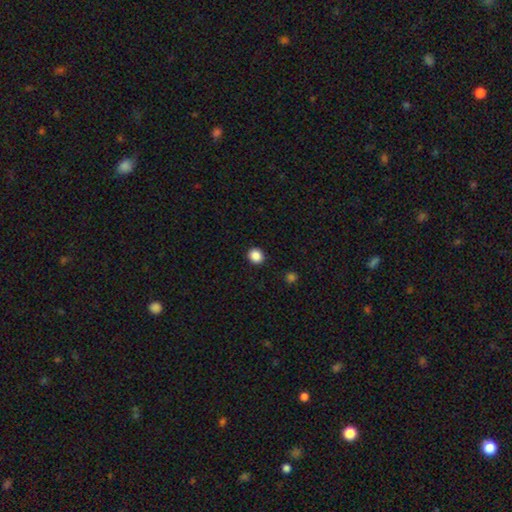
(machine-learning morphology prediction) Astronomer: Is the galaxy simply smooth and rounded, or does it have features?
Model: smooth — 88%.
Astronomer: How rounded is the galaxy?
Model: round — 80%.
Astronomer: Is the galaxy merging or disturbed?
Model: none — 91%.